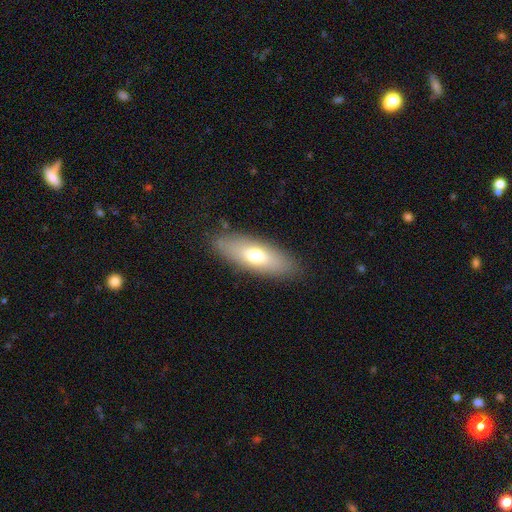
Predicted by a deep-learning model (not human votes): Smooth or featured? Predicted: smooth (p=0.64). How rounded? Predicted: in between (p=0.67). Merging? Predicted: none (p=0.86).